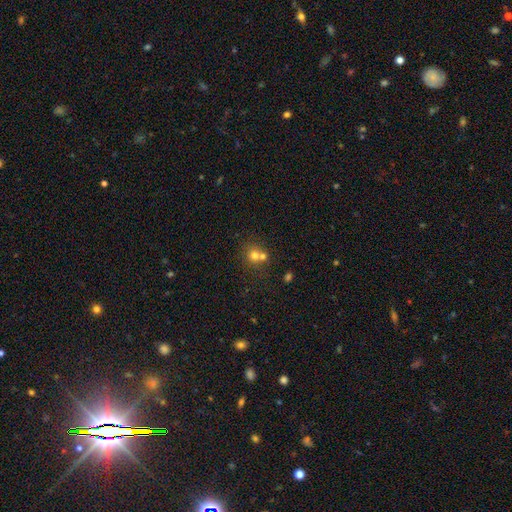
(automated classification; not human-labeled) This appears to be a smooth galaxy with no disk features (71%) that is round (83%). Merging: merger (47%).